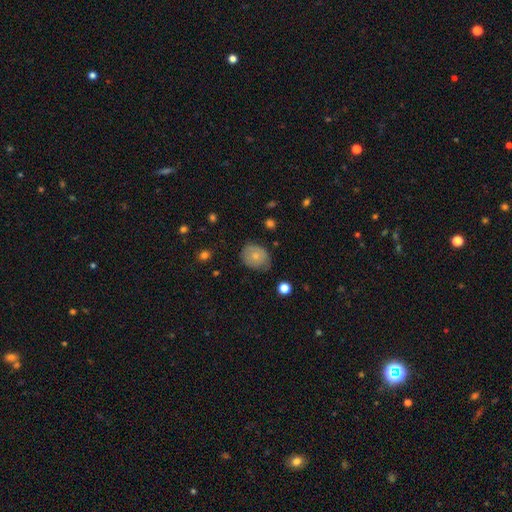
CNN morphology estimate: smooth-or-featured: smooth: 72% | featured or disk: 21% | star or artifact: 8%
  how-rounded: round: 50% | in between: 49% | cigar-shaped: 1%
  merging: none: 63% | minor disturbance: 29% | major disturbance: 7% | merger: 1%